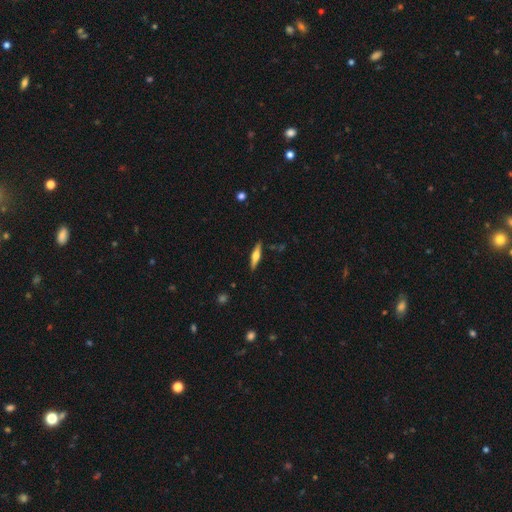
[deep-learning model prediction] Smooth or featured?
  - featured or disk: 50% *
  - smooth: 44%
  - star or artifact: 6%
Merging?
  - none: 88% *
  - minor disturbance: 9%
  - major disturbance: 2%
  - merger: 1%